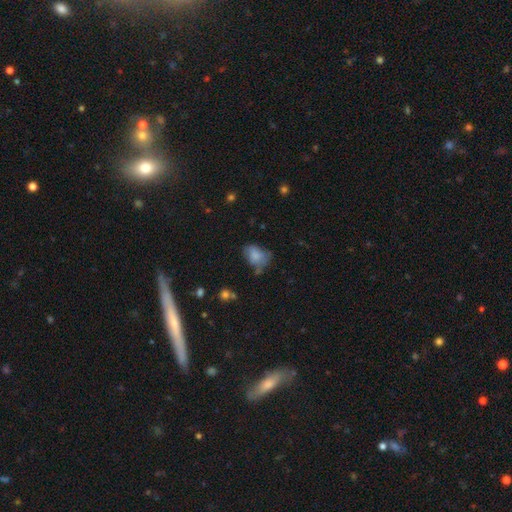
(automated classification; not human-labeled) Smooth or featured? smooth (73%)
How rounded? in between (76%)
Merging? none (40%)